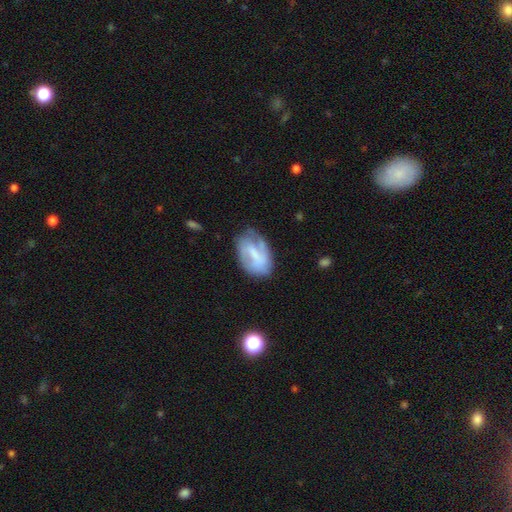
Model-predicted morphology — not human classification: A featured or disk galaxy (48%).

Vote fractions:
- Smooth or featured? featured or disk: 48% / smooth: 44% / star or artifact: 8%
- Merging? none: 53% / minor disturbance: 29% / major disturbance: 14% / merger: 3%